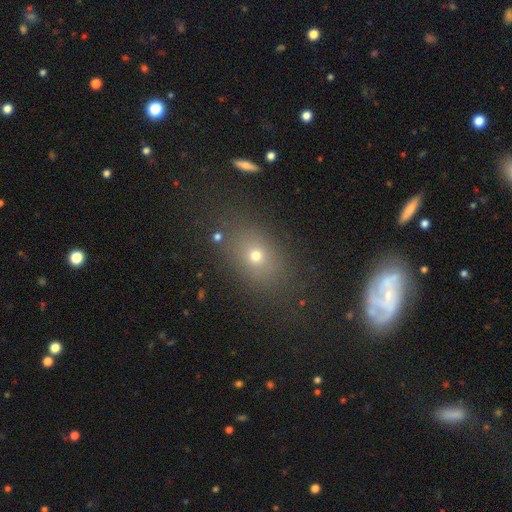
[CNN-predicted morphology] Smooth or featured? Predicted: smooth (p=0.66). How rounded? Predicted: in between (p=0.64). Merging? Predicted: none (p=0.79).